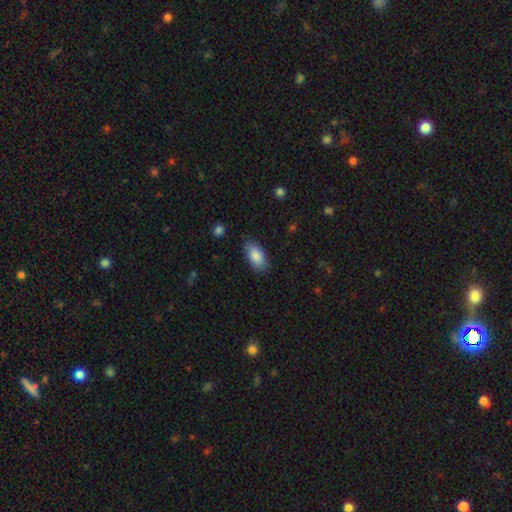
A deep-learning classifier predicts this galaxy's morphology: Smooth or featured? Predicted: smooth (p=0.85). How rounded? Predicted: in between (p=0.93). Merging? Predicted: none (p=0.81).